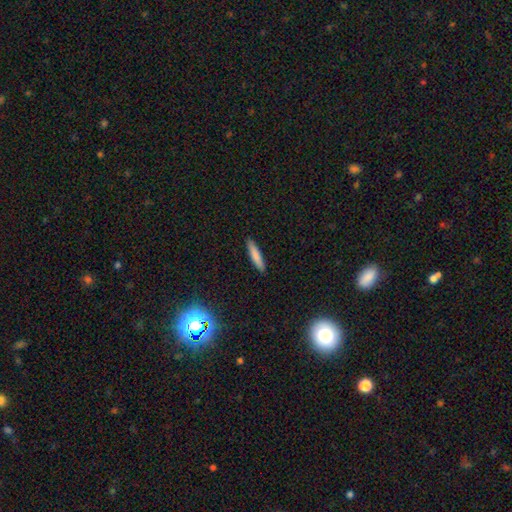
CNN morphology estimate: Smooth or featured? Predicted: smooth (p=0.81). How rounded? Predicted: cigar-shaped (p=0.89). Merging? Predicted: none (p=0.91).